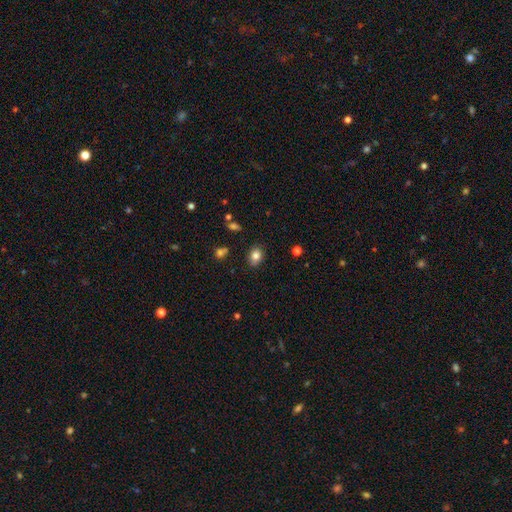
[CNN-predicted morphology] This appears to be a smooth galaxy with no disk features (82%) that is in between round and cigar-shaped (62%). Merging: none (83%).